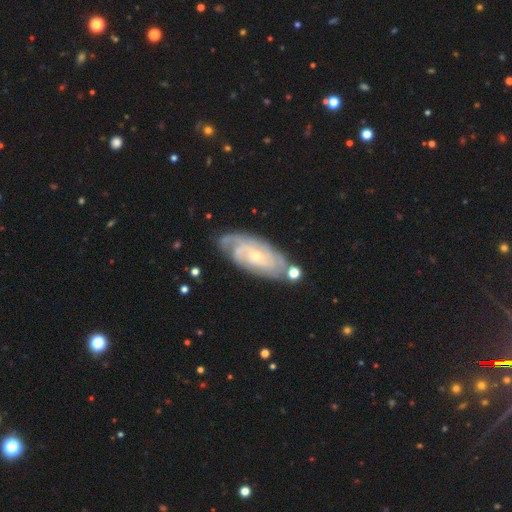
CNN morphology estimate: Smooth or featured?
  - featured or disk: 84% *
  - smooth: 11%
  - star or artifact: 5%
Edge-on disk?
  - no: 93% *
  - yes: 7%
Bar?
  - no: 68% *
  - weak: 27%
  - strong: 6%
Spiral arms?
  - yes: 95% *
  - no: 5%
Spiral winding?
  - tight: 71% *
  - medium: 24%
  - loose: 5%
Spiral arm count?
  - can't tell: 36% *
  - 3: 19%
  - 2: 19%
  - 4: 15%
  - more than 4: 6%
  - 1: 5%
Bulge size?
  - small: 75% *
  - moderate: 22%
  - none: 2%
  - large: 1%
  - dominant: 1%
Merging?
  - none: 72% *
  - minor disturbance: 17%
  - merger: 5%
  - major disturbance: 5%